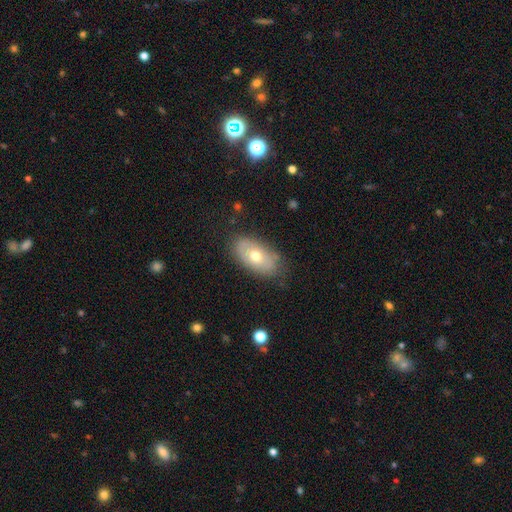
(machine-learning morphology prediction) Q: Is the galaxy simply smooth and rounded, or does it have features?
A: smooth — 57%.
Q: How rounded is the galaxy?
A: in between — 92%.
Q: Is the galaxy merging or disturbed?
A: none — 74%.